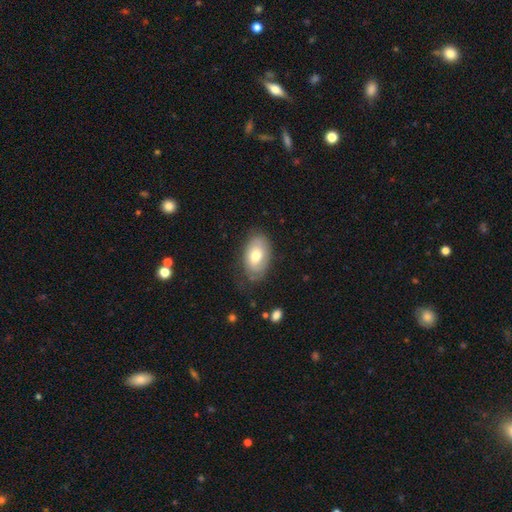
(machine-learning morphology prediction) A smooth galaxy with no disk features (62%) that is in between round and cigar-shaped (91%). Merging: none (68%).